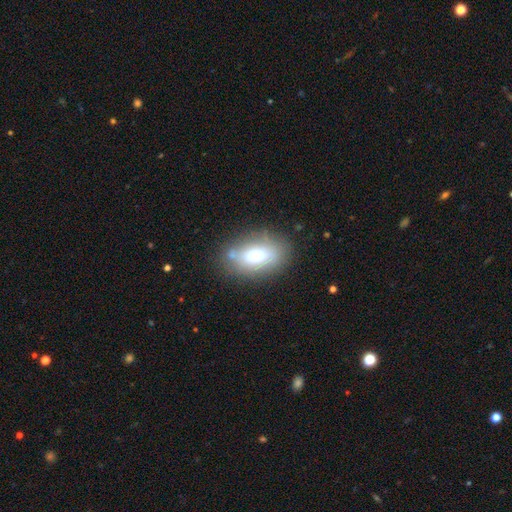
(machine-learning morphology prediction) The model was most divided on "merging": none: 70%, minor disturbance: 18%, major disturbance: 6%, merger: 6%. More confident: how rounded — in between (88%); smooth or featured — smooth (72%).